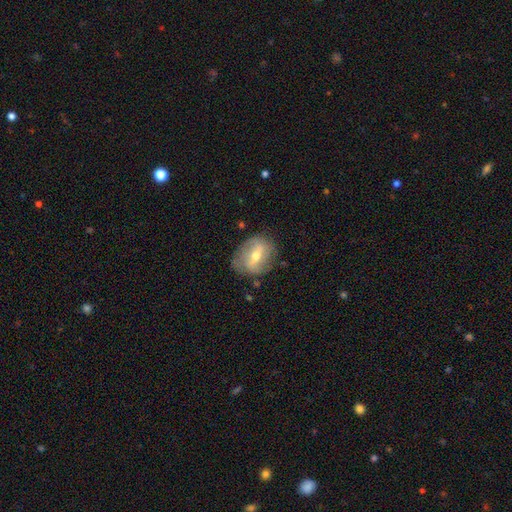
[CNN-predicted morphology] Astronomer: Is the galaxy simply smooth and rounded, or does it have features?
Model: featured or disk — 59% (runner-up: smooth, 34%).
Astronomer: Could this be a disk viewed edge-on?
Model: no — 91%.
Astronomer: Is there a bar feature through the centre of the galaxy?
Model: strong — 44% (runner-up: weak, 38%).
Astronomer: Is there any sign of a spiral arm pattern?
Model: yes — 51% (runner-up: no, 49%).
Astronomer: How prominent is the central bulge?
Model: moderate — 62%.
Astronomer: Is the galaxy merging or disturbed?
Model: none — 71%.